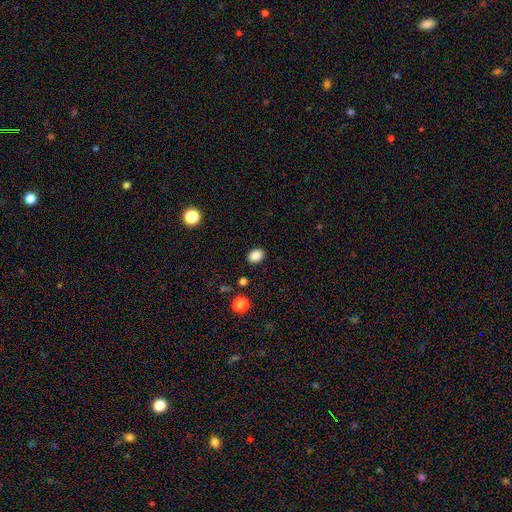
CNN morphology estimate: Smooth or featured: smooth — 86% (star or artifact — 10%)
How rounded: in between — 58% (round — 41%)
Merging: none — 88% (minor disturbance — 8%)